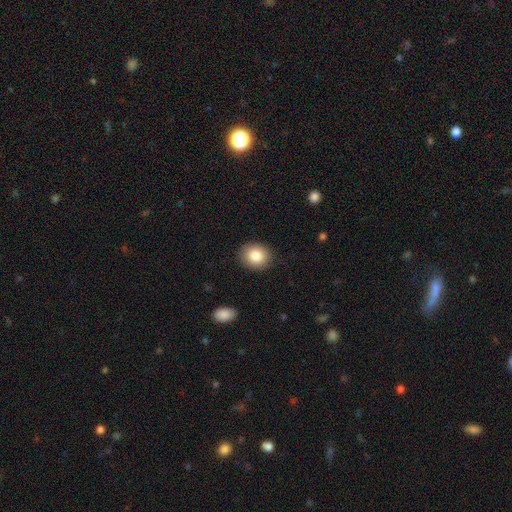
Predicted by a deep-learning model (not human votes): The model was most divided on "how rounded": round: 66%, in between: 33%, cigar-shaped: 1%. More confident: merging — none (89%); smooth or featured — smooth (84%).